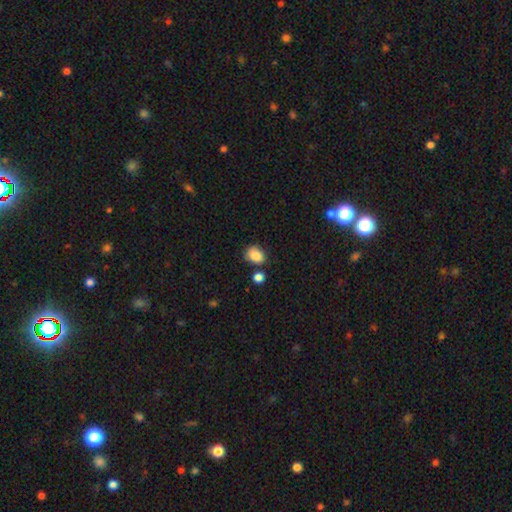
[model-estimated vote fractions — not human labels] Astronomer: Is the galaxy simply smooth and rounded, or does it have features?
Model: smooth — 85%.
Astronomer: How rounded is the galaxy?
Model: in between — 60% (runner-up: round, 39%).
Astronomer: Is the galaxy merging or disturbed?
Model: none — 66%.